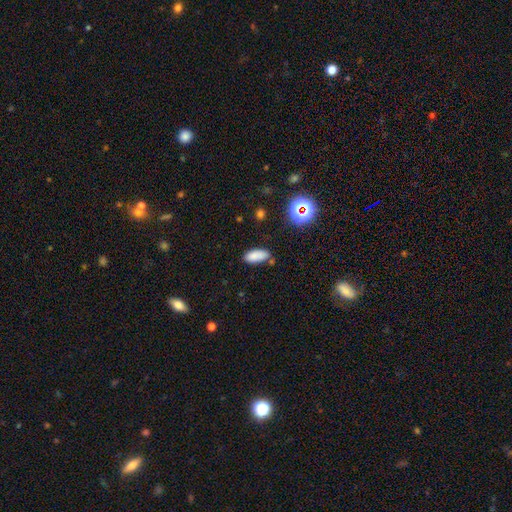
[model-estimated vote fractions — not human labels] A smooth galaxy with no disk features (83%) that is in between round and cigar-shaped (85%).

Vote fractions:
- Smooth or featured? smooth: 83% / star or artifact: 11% / featured or disk: 6%
- How rounded? in between: 85% / cigar-shaped: 12% / round: 3%
- Merging? none: 73% / minor disturbance: 18% / merger: 6% / major disturbance: 4%